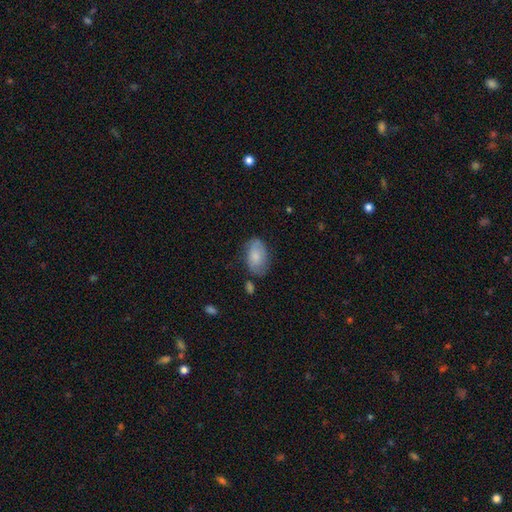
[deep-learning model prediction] A smooth galaxy with no disk features (78%) that is in between round and cigar-shaped (93%). Merging: none (70%).